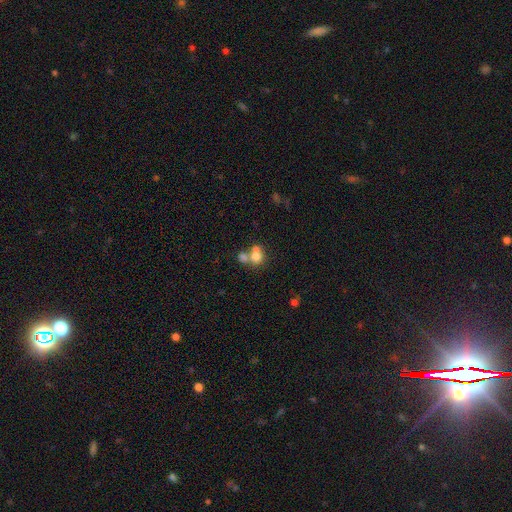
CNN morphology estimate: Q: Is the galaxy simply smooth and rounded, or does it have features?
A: smooth — 71%.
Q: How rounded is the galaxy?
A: round — 71%.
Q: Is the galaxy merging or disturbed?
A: merger — 55%.